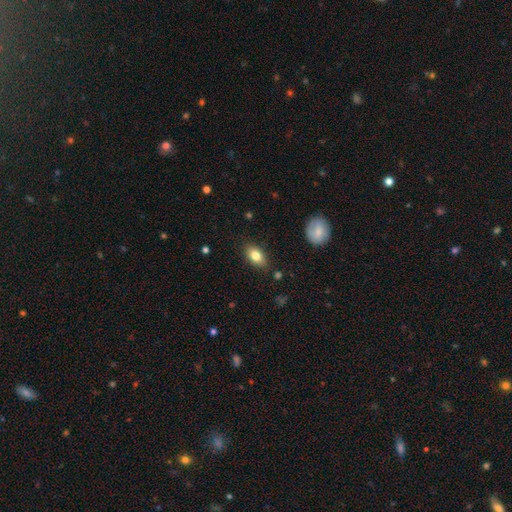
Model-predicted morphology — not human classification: type=smooth (81%); roundness=in between (86%); merging=none (83%).